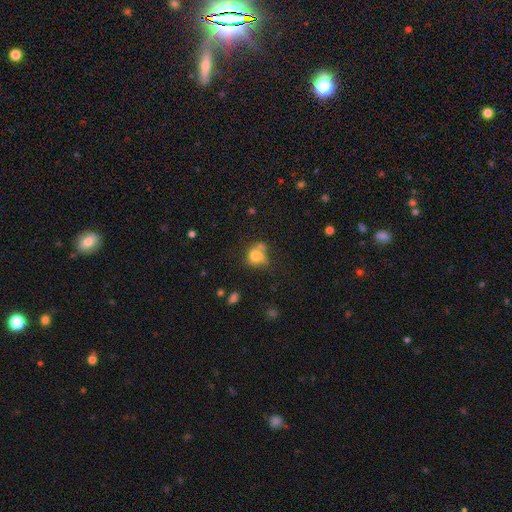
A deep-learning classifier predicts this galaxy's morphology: smooth 71%, featured or disk 17%, star or artifact 12%. Down the decision tree: how rounded — round (61%); merging — none (35%).